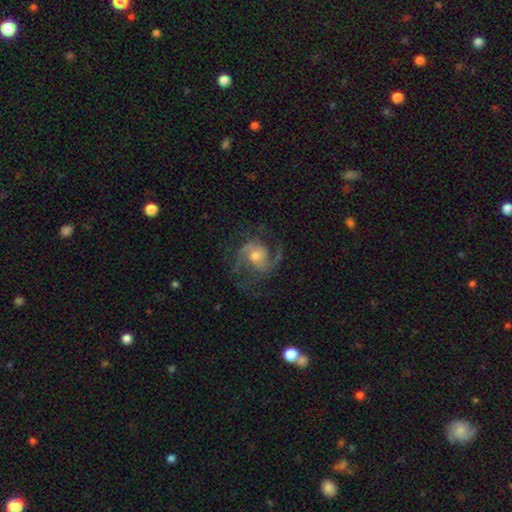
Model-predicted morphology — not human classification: Smooth or featured?
  - featured or disk: 86% *
  - smooth: 8%
  - star or artifact: 6%
Edge-on disk?
  - no: 98% *
  - yes: 2%
Bar?
  - no: 57% *
  - weak: 35%
  - strong: 8%
Spiral arms?
  - yes: 96% *
  - no: 4%
Spiral winding?
  - medium: 56% *
  - loose: 23%
  - tight: 21%
Spiral arm count?
  - 2: 54% *
  - 3: 24%
  - can't tell: 10%
  - 1: 5%
  - 4: 4%
  - more than 4: 4%
Bulge size?
  - moderate: 58% *
  - small: 35%
  - large: 5%
  - none: 2%
  - dominant: 1%
Merging?
  - none: 66% *
  - minor disturbance: 17%
  - major disturbance: 16%
  - merger: 1%